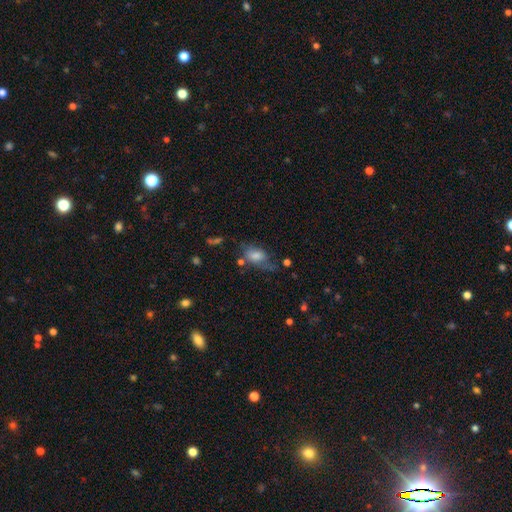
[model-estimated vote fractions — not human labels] smooth 70%, featured or disk 21%, star or artifact 9%. Down the decision tree: how rounded — in between (86%); merging — none (41%).